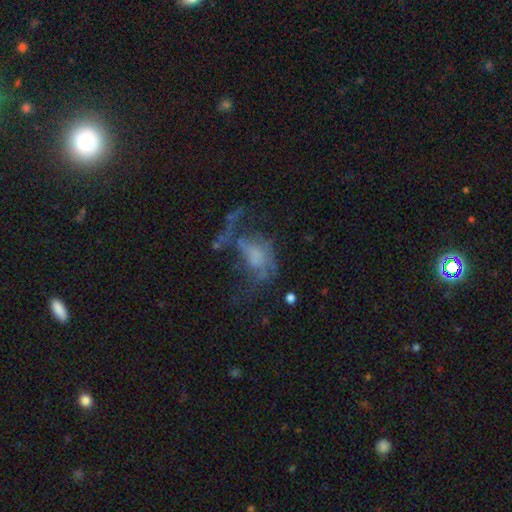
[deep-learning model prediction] featured or disk 60%, smooth 24%, star or artifact 16%. Down the decision tree: edge-on disk — no (96%); bar — no (69%); spiral arms — yes (56%); bulge size — none (50%); merging — major disturbance (54%).